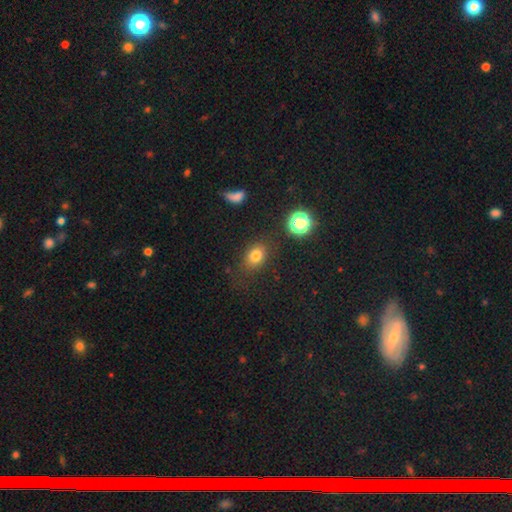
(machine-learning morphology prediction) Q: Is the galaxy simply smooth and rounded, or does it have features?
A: smooth — 77%.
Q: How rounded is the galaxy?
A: in between — 64%.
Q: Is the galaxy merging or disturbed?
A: none — 77%.